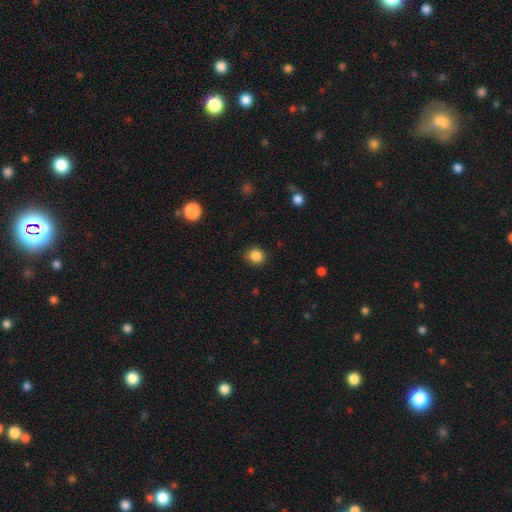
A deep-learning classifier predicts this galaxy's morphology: Smooth or featured: smooth — 86% (star or artifact — 10%)
How rounded: round — 77% (in between — 22%)
Merging: none — 87% (minor disturbance — 9%)